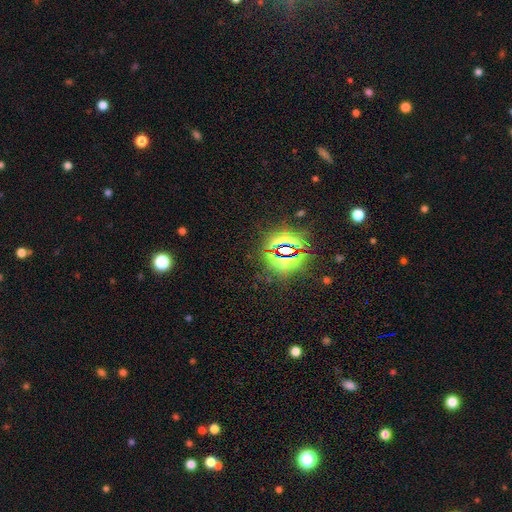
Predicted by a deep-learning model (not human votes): Overall: star or artifact (82%).